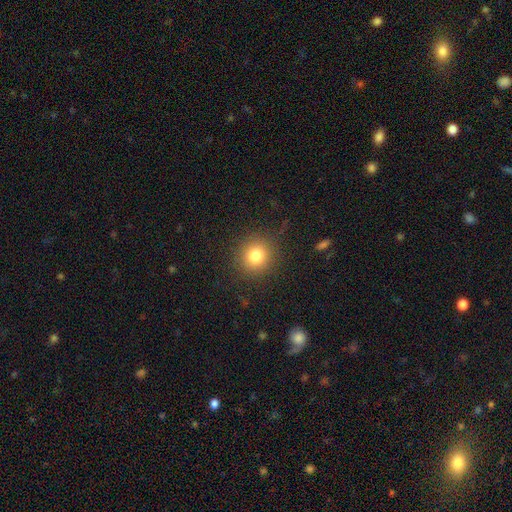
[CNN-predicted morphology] A smooth galaxy with no disk features (80%) that is round (89%).

Vote fractions:
- Smooth or featured? smooth: 80% / star or artifact: 12% / featured or disk: 8%
- How rounded? round: 89% / in between: 10% / cigar-shaped: 1%
- Merging? none: 88% / minor disturbance: 7% / major disturbance: 3% / merger: 1%